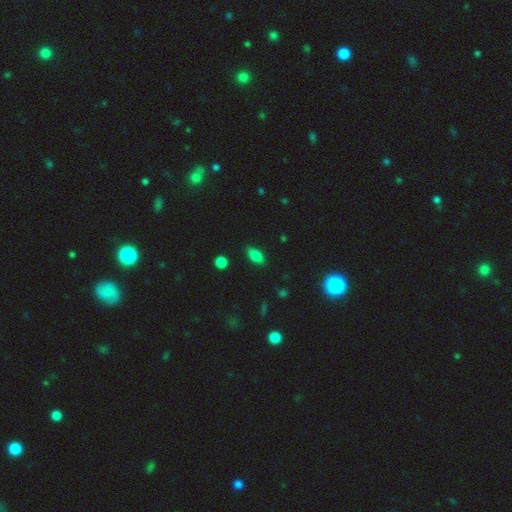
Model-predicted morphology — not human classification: type=smooth (81%); roundness=in between (88%); merging=none (85%).